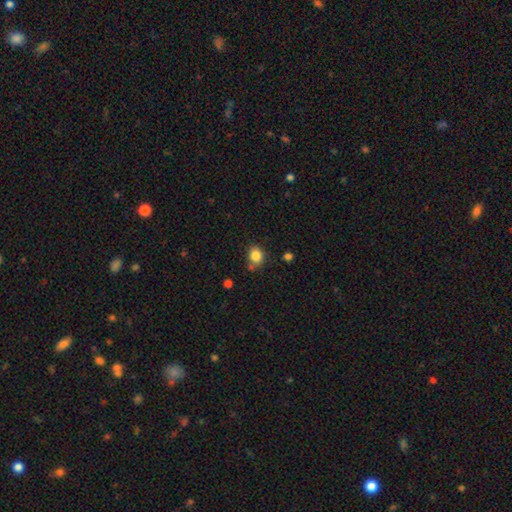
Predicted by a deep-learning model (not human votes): Smooth or featured?
  - smooth: 84% *
  - star or artifact: 11%
  - featured or disk: 5%
How rounded?
  - round: 66% *
  - in between: 33%
  - cigar-shaped: 1%
Merging?
  - none: 71% *
  - minor disturbance: 17%
  - merger: 8%
  - major disturbance: 4%